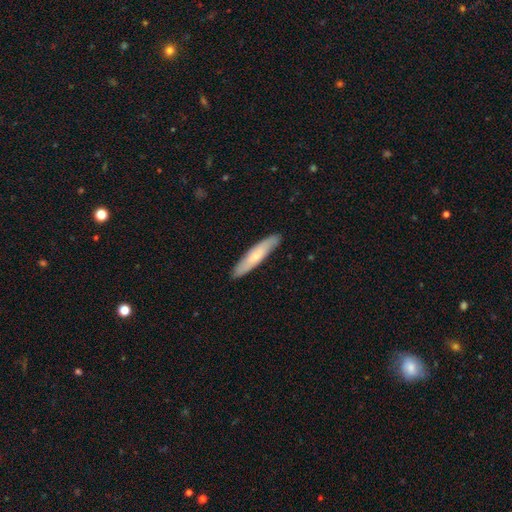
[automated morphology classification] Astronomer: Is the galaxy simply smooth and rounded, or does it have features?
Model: smooth — 65%.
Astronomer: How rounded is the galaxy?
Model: cigar-shaped — 87%.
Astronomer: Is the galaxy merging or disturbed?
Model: none — 89%.